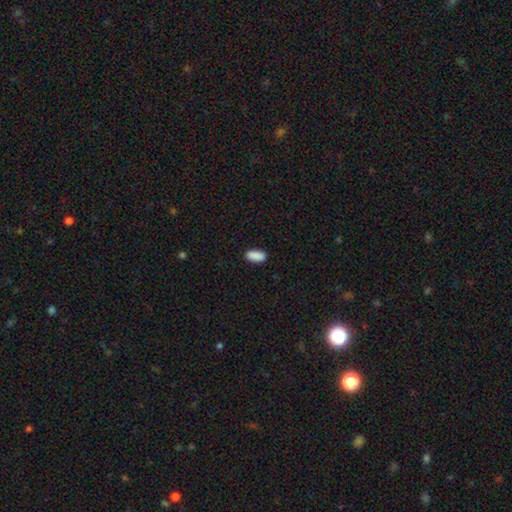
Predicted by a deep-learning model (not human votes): Smooth or featured? Predicted: smooth (p=0.90). How rounded? Predicted: in between (p=0.87). Merging? Predicted: none (p=0.88).